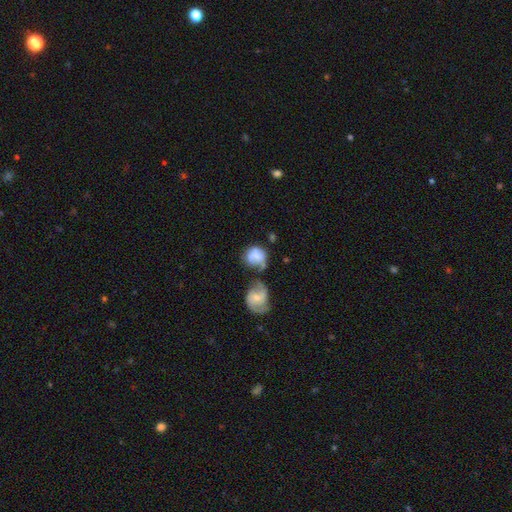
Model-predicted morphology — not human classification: smooth_or_featured: smooth (p=0.57) [alt: featured or disk p=0.35]
how_rounded: round (p=0.68) [alt: in between p=0.31]
merging: merger (p=0.35) [alt: none p=0.30]